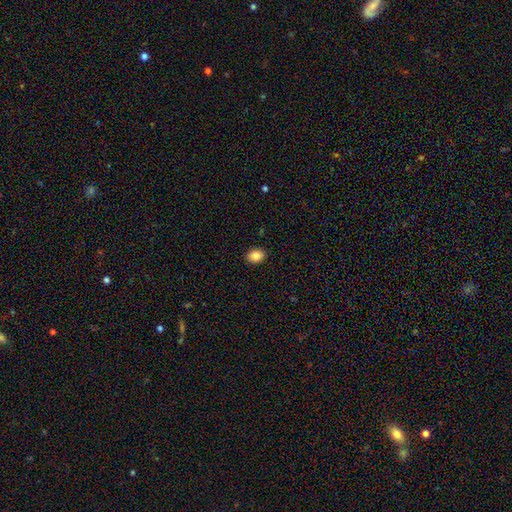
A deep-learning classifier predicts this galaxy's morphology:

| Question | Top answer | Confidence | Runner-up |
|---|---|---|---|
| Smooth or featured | smooth | 86% | star or artifact (9%) |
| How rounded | in between | 63% | round (37%) |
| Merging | none | 91% | minor disturbance (7%) |